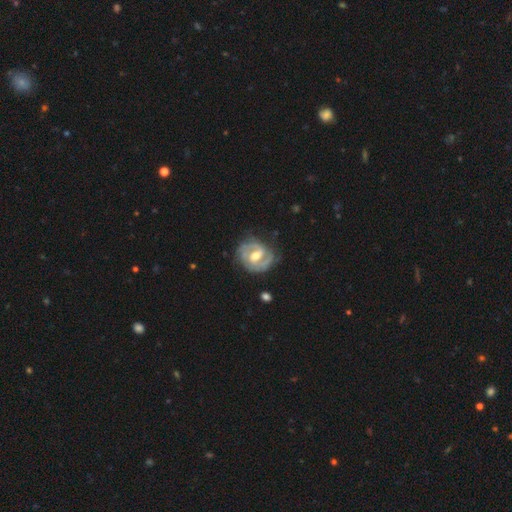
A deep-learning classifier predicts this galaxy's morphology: A featured or disk galaxy (87%) with a weak bar (54%), 2 (76%) tight (51%) spiral arms (95%) and a moderate central bulge (72%). Merging: none (74%).